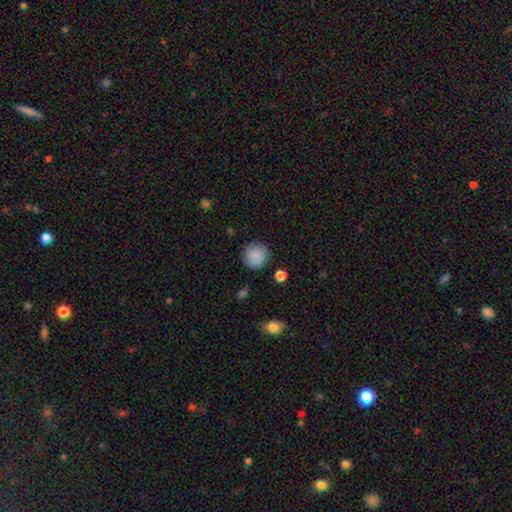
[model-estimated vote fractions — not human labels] A smooth galaxy with no disk features (85%) that is round (91%).

Vote fractions:
- Smooth or featured? smooth: 85% / star or artifact: 8% / featured or disk: 7%
- How rounded? round: 91% / in between: 9% / cigar-shaped: 1%
- Merging? none: 84% / minor disturbance: 12% / major disturbance: 3% / merger: 2%